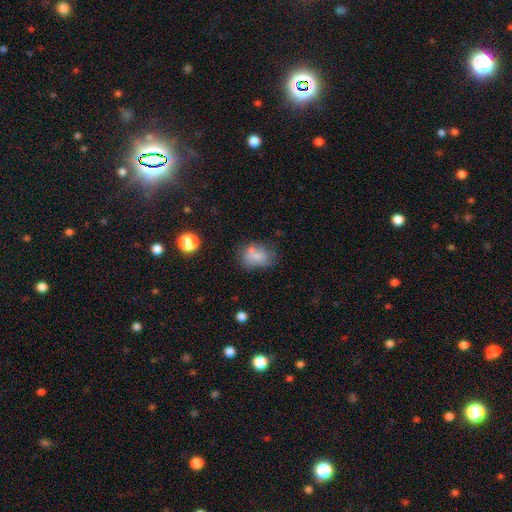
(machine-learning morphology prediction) type=smooth (71%); roundness=in between (65%); merging=none (45%).